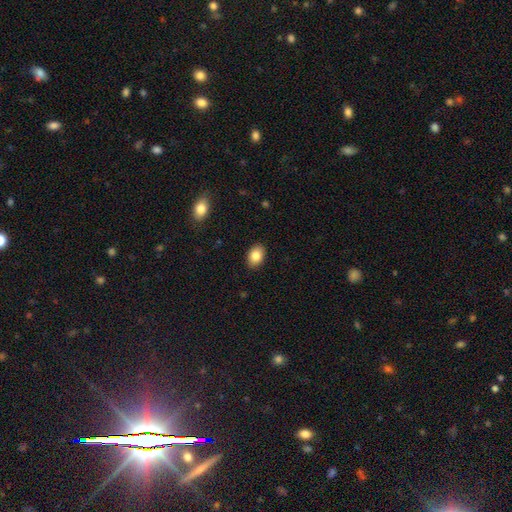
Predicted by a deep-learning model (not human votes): Morphology: type=smooth (84%); roundness=in between (82%); merging=none (89%).